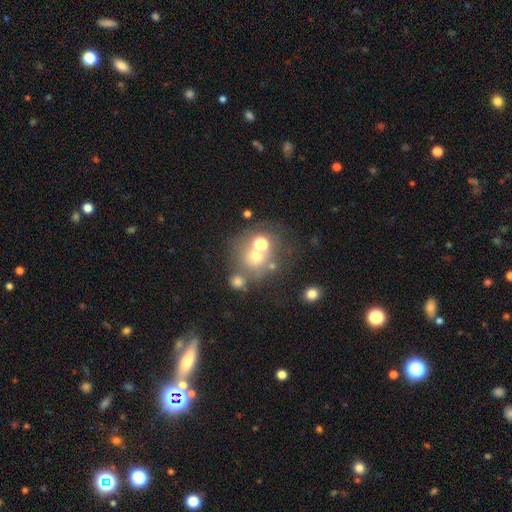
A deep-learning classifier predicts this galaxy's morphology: smooth 59%, star or artifact 22%, featured or disk 19%. Down the decision tree: how rounded — round (86%); merging — none (51%).